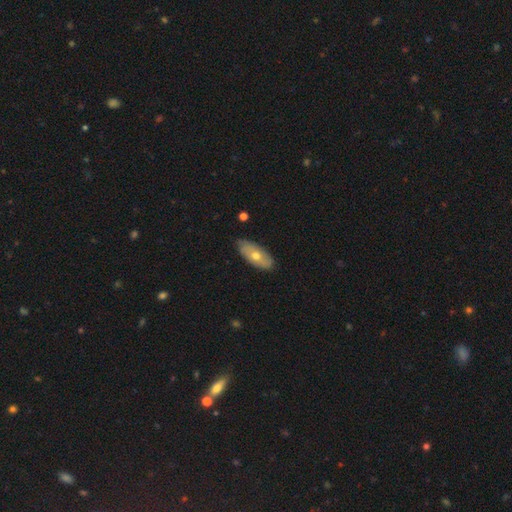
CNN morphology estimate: This is possibly a smooth galaxy (57%). How rounded: clearly in between (82%). Merging: clearly none (83%).